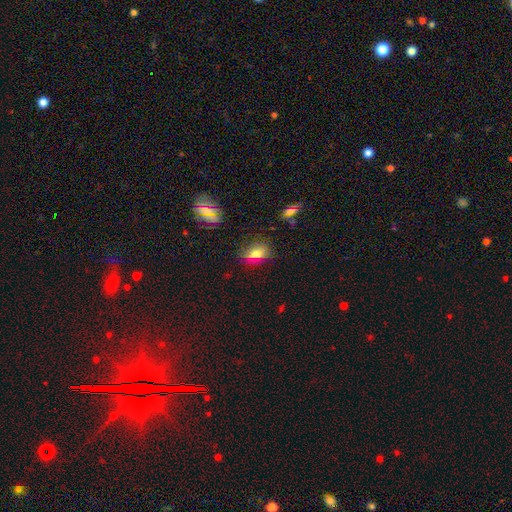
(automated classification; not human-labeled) Q: Smooth or featured?
A: smooth (70%); runner-up: star or artifact (21%)
Q: How rounded?
A: in between (72%); runner-up: round (24%)
Q: Merging?
A: none (81%); runner-up: minor disturbance (13%)